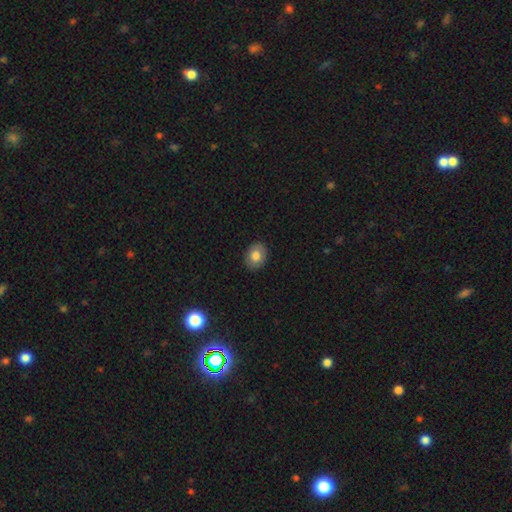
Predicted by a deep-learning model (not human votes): Smooth or featured? Predicted: smooth (p=0.79). How rounded? Predicted: in between (p=0.64). Merging? Predicted: none (p=0.89).